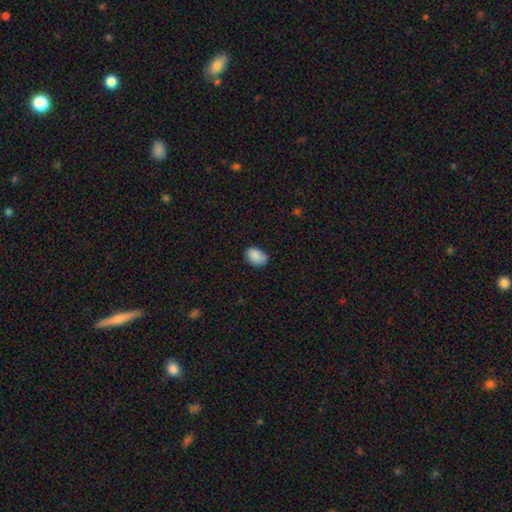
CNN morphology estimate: smooth_or_featured: smooth (p=0.88) [alt: star or artifact p=0.08]
how_rounded: in between (p=0.80) [alt: round p=0.19]
merging: none (p=0.70) [alt: minor disturbance p=0.25]